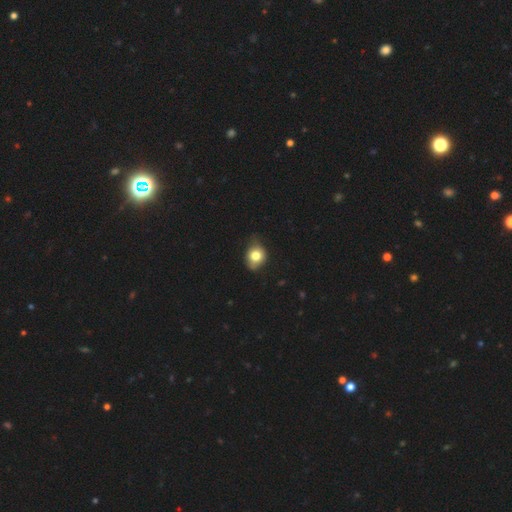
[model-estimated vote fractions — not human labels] Smooth or featured: smooth — 75% (featured or disk — 16%)
How rounded: round — 53% (in between — 46%)
Merging: none — 57% (minor disturbance — 35%)